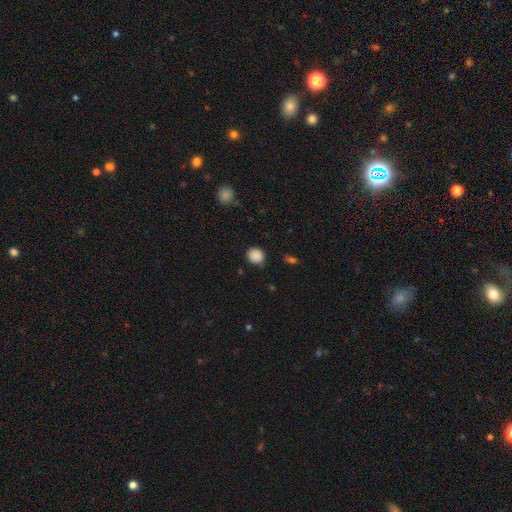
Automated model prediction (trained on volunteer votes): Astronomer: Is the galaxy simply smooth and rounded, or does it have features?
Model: smooth — 88%.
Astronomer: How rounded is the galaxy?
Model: round — 77%.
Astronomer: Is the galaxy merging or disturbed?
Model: none — 81%.